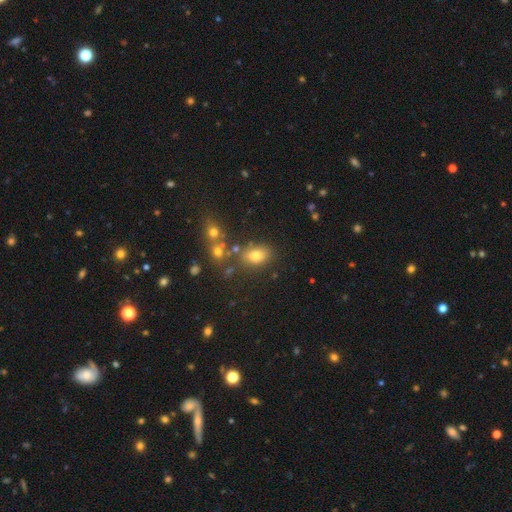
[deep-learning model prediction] Smooth or featured? smooth (74%)
How rounded? in between (76%)
Merging? none (72%)